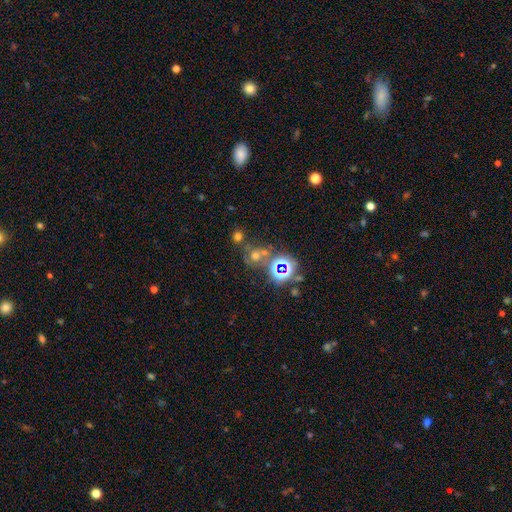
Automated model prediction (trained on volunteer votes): smooth-or-featured: star or artifact: 44% | smooth: 42% | featured or disk: 14%